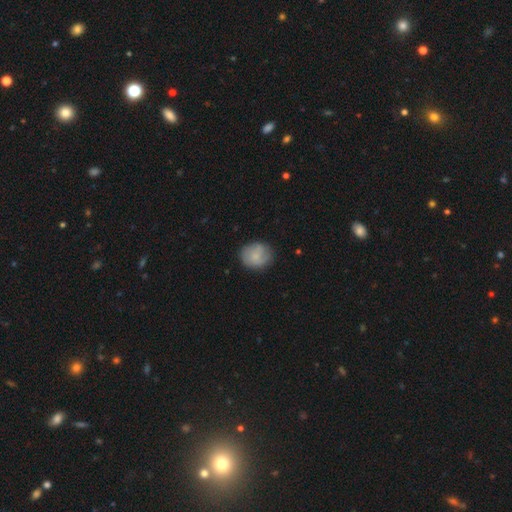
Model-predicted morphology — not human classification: Smooth or featured: smooth — 73% (featured or disk — 20%)
How rounded: round — 74% (in between — 25%)
Merging: none — 78% (minor disturbance — 17%)